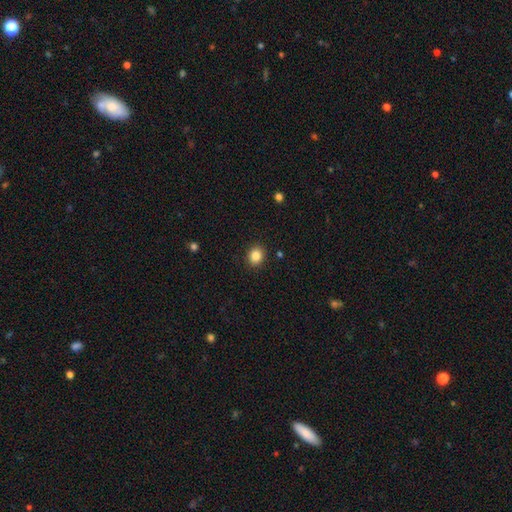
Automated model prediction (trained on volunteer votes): A smooth galaxy with no disk features (85%) that is round (73%).

Vote fractions:
- Smooth or featured? smooth: 85% / star or artifact: 10% / featured or disk: 5%
- How rounded? round: 73% / in between: 26% / cigar-shaped: 1%
- Merging? none: 90% / minor disturbance: 7% / major disturbance: 2% / merger: 1%